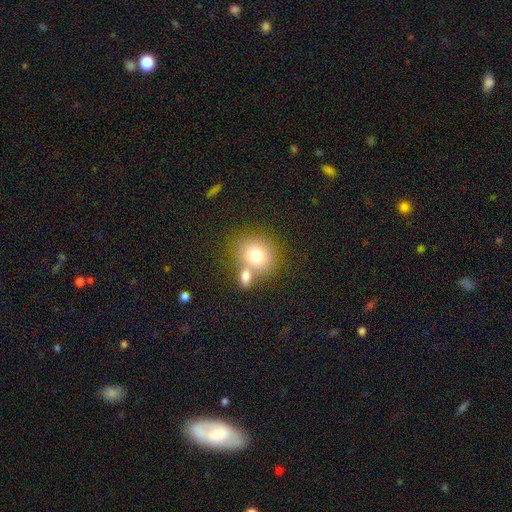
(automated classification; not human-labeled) Q: Smooth or featured?
A: smooth (76%); runner-up: featured or disk (14%)
Q: How rounded?
A: round (72%); runner-up: in between (27%)
Q: Merging?
A: none (49%); runner-up: merger (36%)